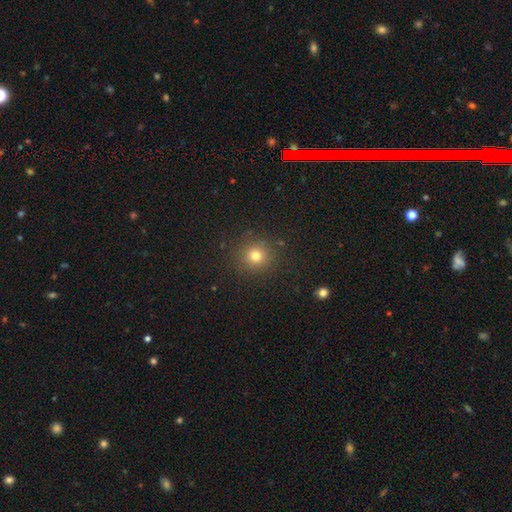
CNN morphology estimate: The model was most divided on "smooth or featured": smooth: 76%, star or artifact: 17%, featured or disk: 7%. More confident: how rounded — round (93%); merging — none (88%).